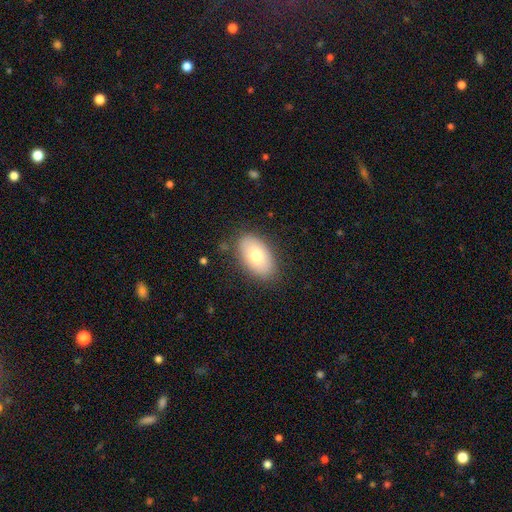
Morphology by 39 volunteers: Smooth or featured: smooth — 56% (featured or disk — 36%)
How rounded: in between — 100%
Merging: none — 78% (minor disturbance — 17%)